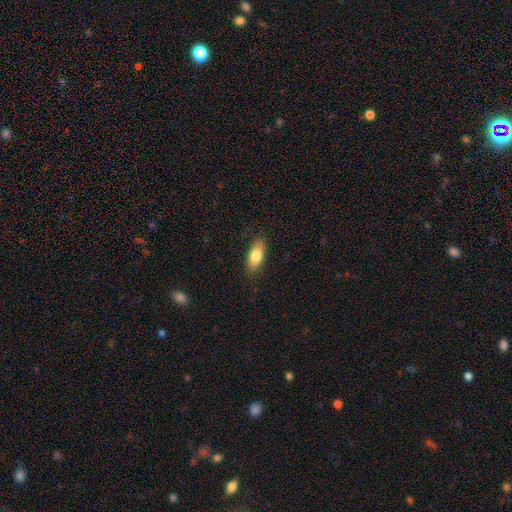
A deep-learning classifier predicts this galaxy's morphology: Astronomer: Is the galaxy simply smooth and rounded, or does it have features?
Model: smooth — 81%.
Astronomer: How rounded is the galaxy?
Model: in between — 83%.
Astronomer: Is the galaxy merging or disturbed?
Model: none — 87%.